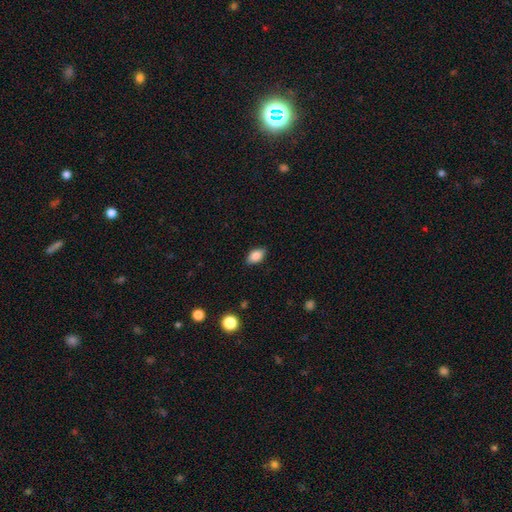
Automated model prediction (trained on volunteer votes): Morphology: type=smooth (87%); roundness=in between (89%); merging=none (84%).